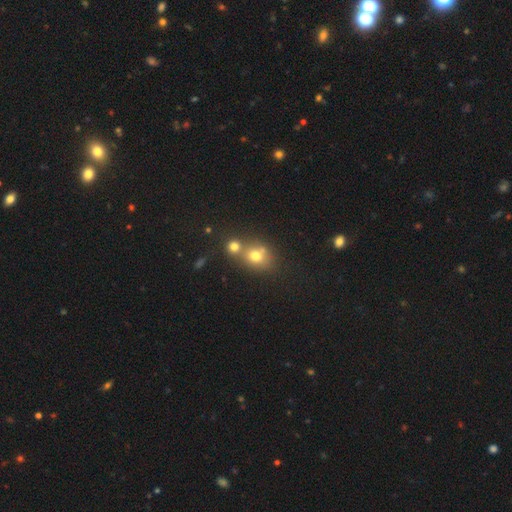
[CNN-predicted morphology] type=smooth (72%); roundness=round (65%); merging=none (44%).